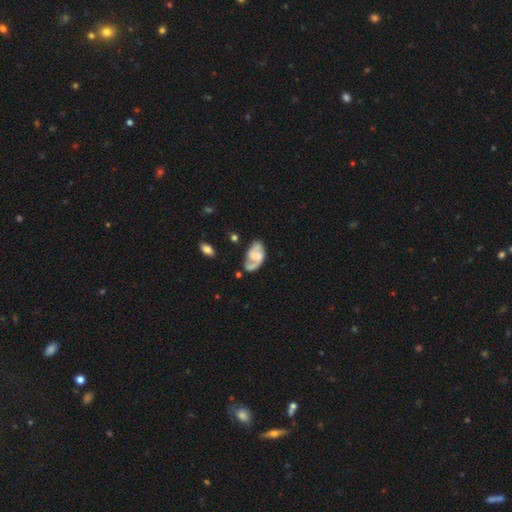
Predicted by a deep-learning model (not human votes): A featured or disk galaxy (65%) with no bar (50%), 2 (64%) medium (44%) spiral arms (85%) and no central bulge (46%). Merging: none (46%).